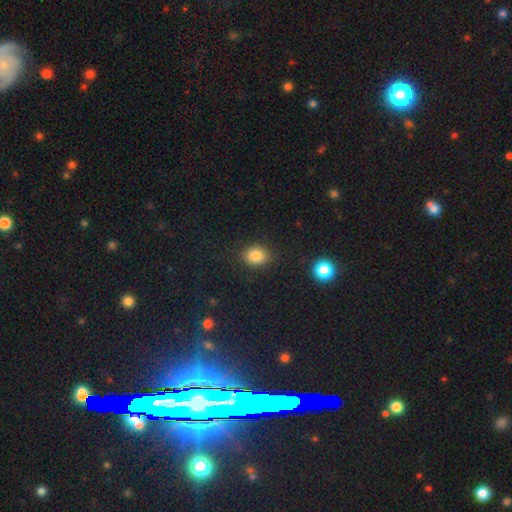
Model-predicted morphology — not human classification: Q: Smooth or featured?
A: smooth (82%); runner-up: star or artifact (12%)
Q: How rounded?
A: round (59%); runner-up: in between (40%)
Q: Merging?
A: none (86%); runner-up: minor disturbance (10%)